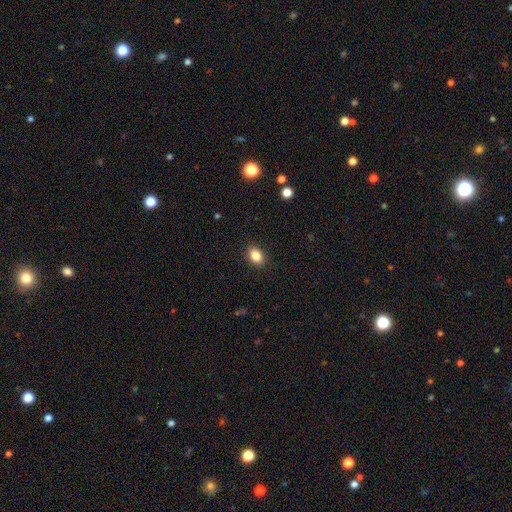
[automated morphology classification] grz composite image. It shows a smooth galaxy with no disk features (85%) that is in between round and cigar-shaped (80%). Merging: none (89%).